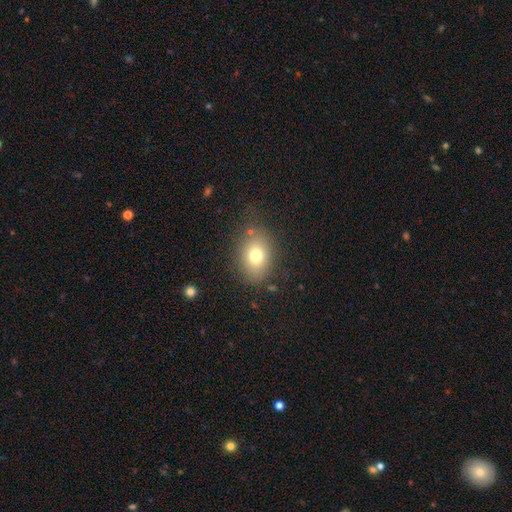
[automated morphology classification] smooth_or_featured: smooth (p=0.74) [alt: featured or disk p=0.14]
how_rounded: in between (p=0.64) [alt: round p=0.35]
merging: none (p=0.76) [alt: minor disturbance p=0.15]